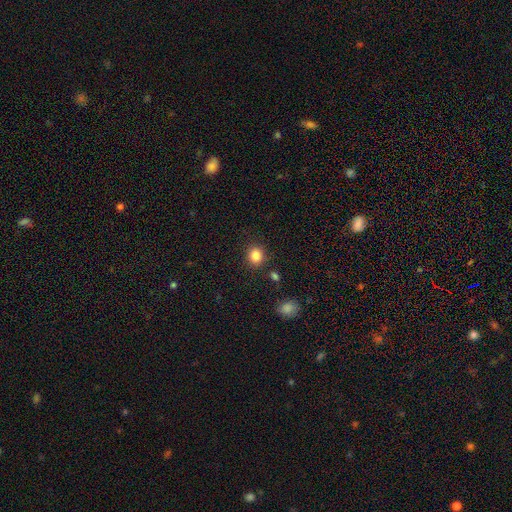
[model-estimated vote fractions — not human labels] The model was most divided on "how rounded": round: 75%, in between: 24%, cigar-shaped: 1%. More confident: merging — none (86%); smooth or featured — smooth (85%).